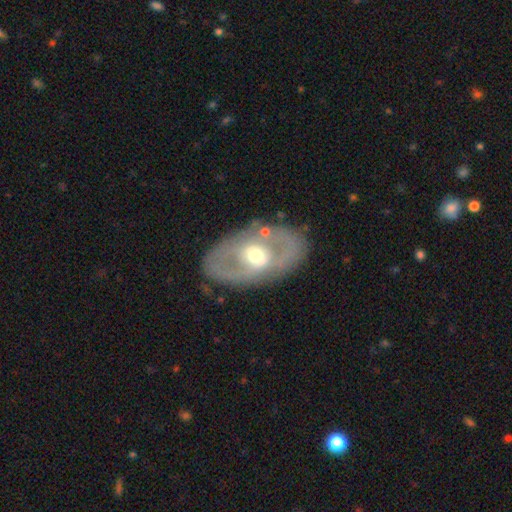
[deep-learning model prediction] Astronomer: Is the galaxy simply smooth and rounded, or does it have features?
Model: featured or disk — 68%.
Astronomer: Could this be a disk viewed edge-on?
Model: no — 90%.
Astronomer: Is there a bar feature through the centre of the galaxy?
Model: no — 55% (runner-up: weak, 30%).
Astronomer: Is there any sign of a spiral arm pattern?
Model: no — 64%.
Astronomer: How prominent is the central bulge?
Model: moderate — 72%.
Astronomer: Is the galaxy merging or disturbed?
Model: none — 79%.